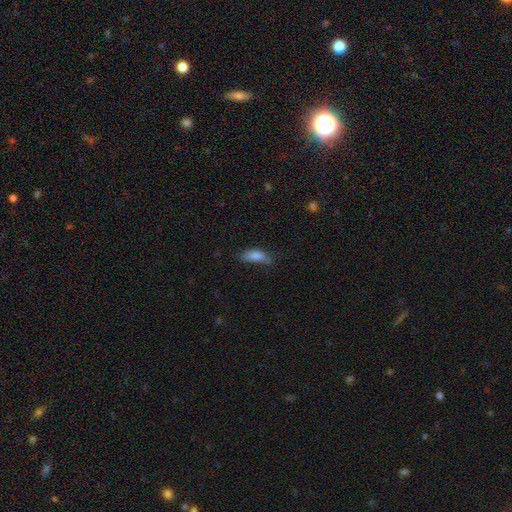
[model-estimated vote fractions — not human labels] smooth_or_featured: smooth (p=0.79) [alt: featured or disk p=0.12]
how_rounded: in between (p=0.68) [alt: cigar-shaped p=0.29]
merging: none (p=0.47) [alt: minor disturbance p=0.35]